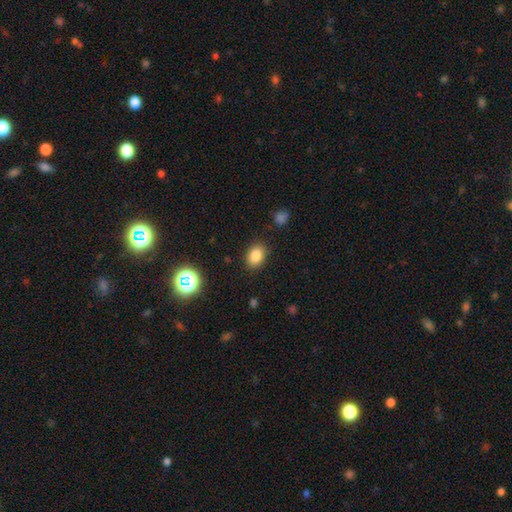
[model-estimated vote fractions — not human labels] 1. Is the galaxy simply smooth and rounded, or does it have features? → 83% smooth, 11% star or artifact, 6% featured or disk.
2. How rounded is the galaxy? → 73% in between, 26% round, 1% cigar-shaped.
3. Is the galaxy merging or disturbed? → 86% none, 9% minor disturbance, 3% major disturbance, 2% merger.